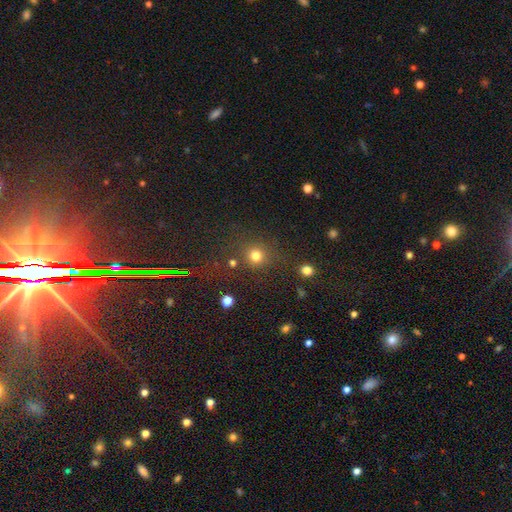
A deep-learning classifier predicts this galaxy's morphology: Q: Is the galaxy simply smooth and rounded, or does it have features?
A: smooth — 77%.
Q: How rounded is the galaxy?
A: round — 90%.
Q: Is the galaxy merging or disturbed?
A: none — 75%.